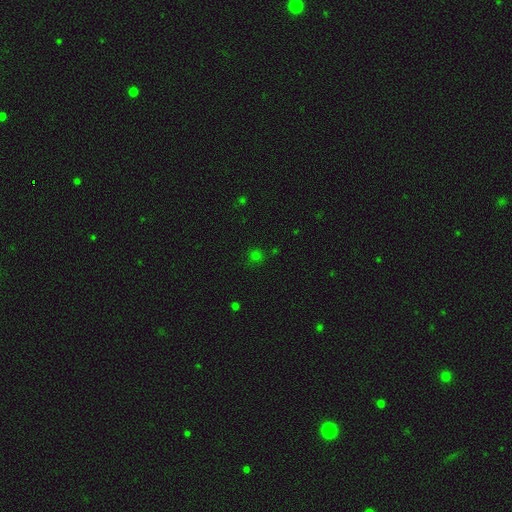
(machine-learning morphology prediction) Smooth or featured? Predicted: smooth (p=0.67). How rounded? Predicted: round (p=0.90). Merging? Predicted: none (p=0.83).